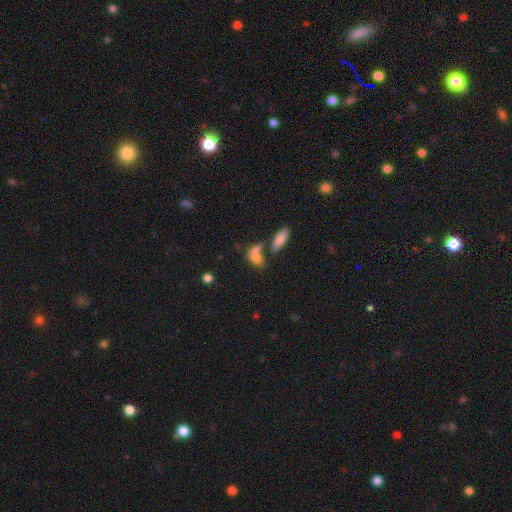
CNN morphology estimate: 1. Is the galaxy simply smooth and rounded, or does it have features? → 74% smooth, 15% featured or disk, 12% star or artifact.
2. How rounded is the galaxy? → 76% in between, 15% round, 9% cigar-shaped.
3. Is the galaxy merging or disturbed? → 46% merger, 36% none, 11% minor disturbance, 7% major disturbance.